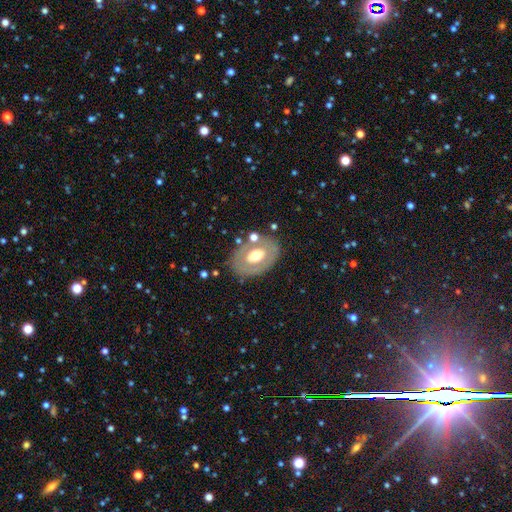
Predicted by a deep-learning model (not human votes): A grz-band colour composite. It shows a featured or disk galaxy (50%). Merging: none (76%).